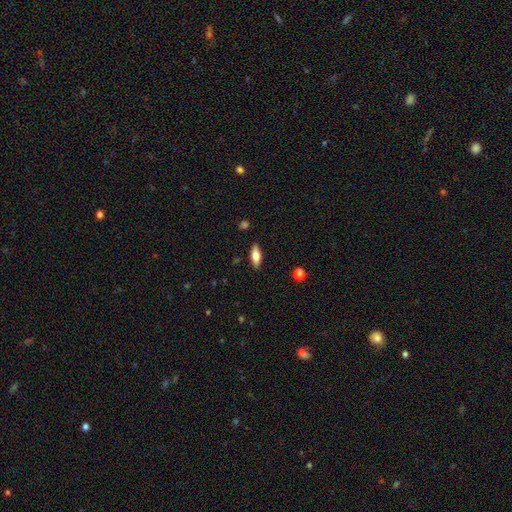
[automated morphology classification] Smooth or featured?
  - smooth: 62% *
  - featured or disk: 31%
  - star or artifact: 7%
How rounded?
  - in between: 64% *
  - cigar-shaped: 33%
  - round: 3%
Merging?
  - none: 88% *
  - minor disturbance: 9%
  - major disturbance: 2%
  - merger: 1%